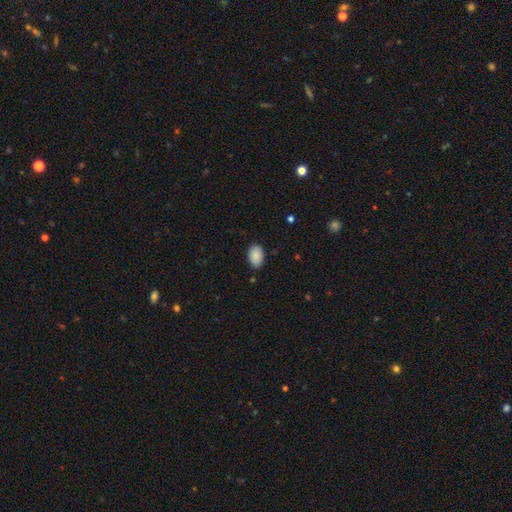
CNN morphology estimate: This is clearly a smooth galaxy (89%). How rounded: clearly in between (89%). Merging: clearly none (85%).